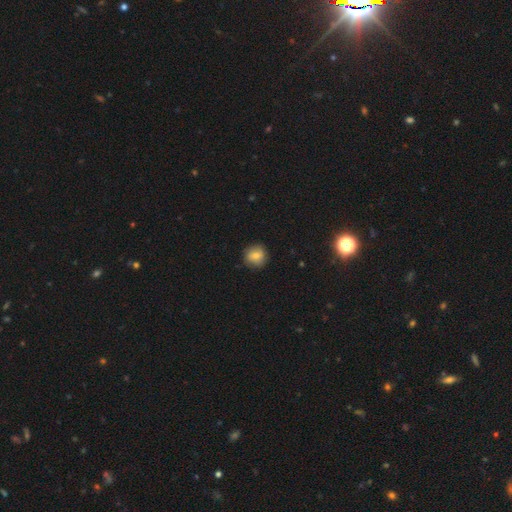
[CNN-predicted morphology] This is likely a smooth galaxy (74%). How rounded: clearly round (89%). Merging: clearly none (84%).